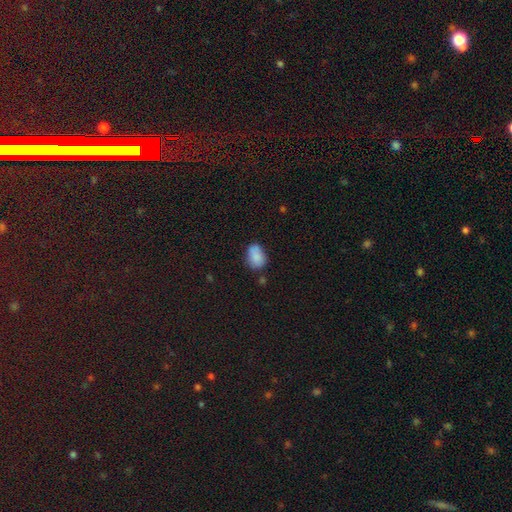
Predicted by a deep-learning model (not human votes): Smooth or featured? smooth (84%)
How rounded? in between (79%)
Merging? none (59%)